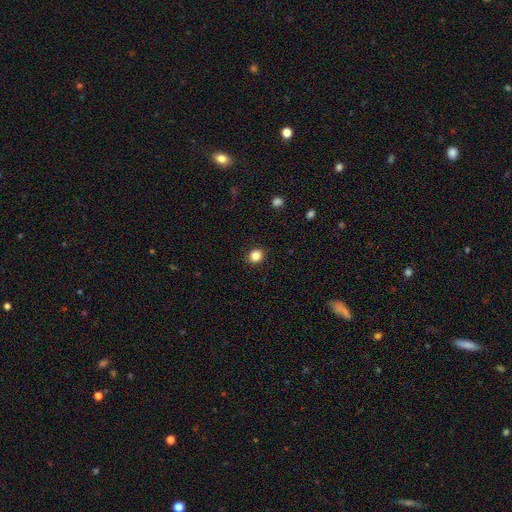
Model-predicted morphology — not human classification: Smooth or featured? Predicted: smooth (p=0.85). How rounded? Predicted: round (p=0.77). Merging? Predicted: none (p=0.91).